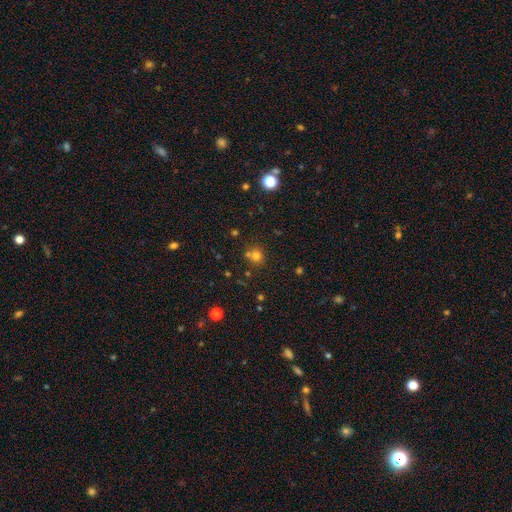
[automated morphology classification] Smooth or featured: smooth — 72% (star or artifact — 19%)
How rounded: round — 86% (in between — 13%)
Merging: none — 62% (merger — 25%)